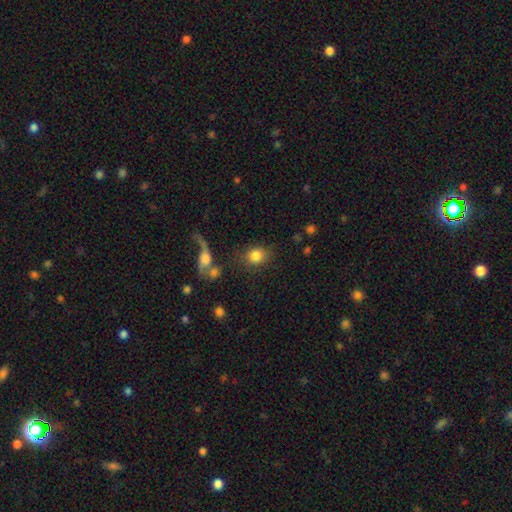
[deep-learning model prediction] The model was most divided on "how rounded": round: 70%, in between: 29%, cigar-shaped: 2%. More confident: smooth or featured — smooth (82%); merging — none (70%).